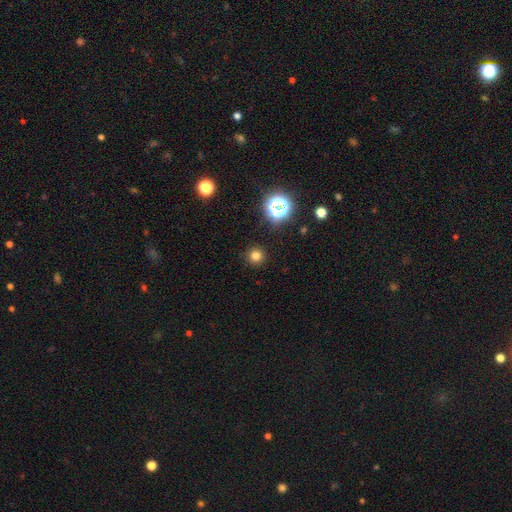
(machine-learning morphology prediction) The model was most divided on "smooth or featured": smooth: 75%, star or artifact: 20%, featured or disk: 5%. More confident: how rounded — round (95%); merging — none (92%).